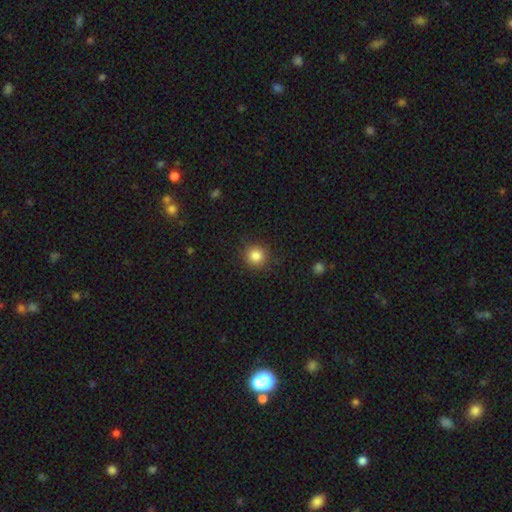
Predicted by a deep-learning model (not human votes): smooth 85%, star or artifact 11%, featured or disk 4%. Down the decision tree: how rounded — round (92%); merging — none (89%).